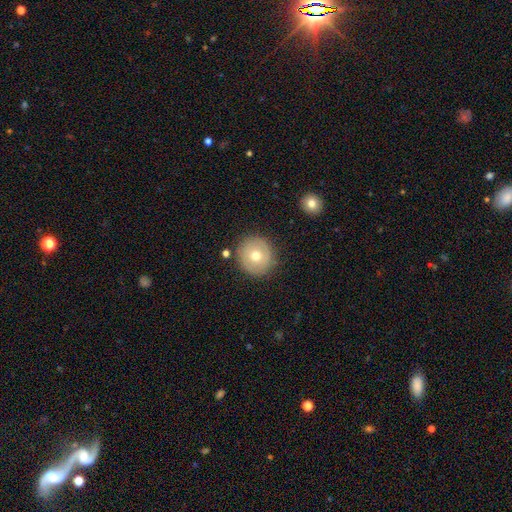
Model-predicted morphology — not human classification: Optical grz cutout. It shows a smooth galaxy with no disk features (67%) that is round (93%). Merging: none (85%).